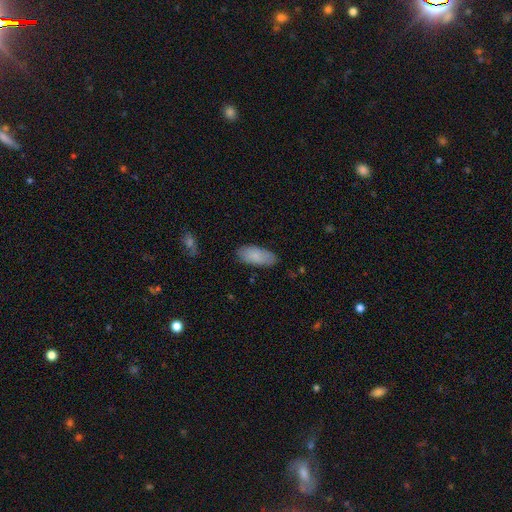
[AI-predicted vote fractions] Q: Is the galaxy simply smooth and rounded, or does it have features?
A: smooth — 86%.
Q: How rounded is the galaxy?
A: in between — 85%.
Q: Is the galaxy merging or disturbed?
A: none — 84%.